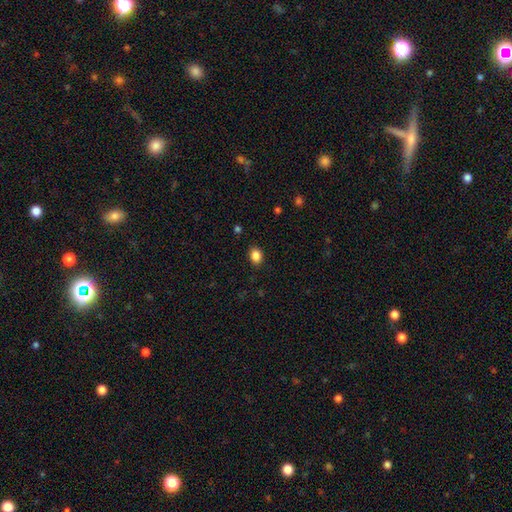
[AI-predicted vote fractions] Smooth or featured? smooth (86%)
How rounded? in between (63%)
Merging? none (88%)